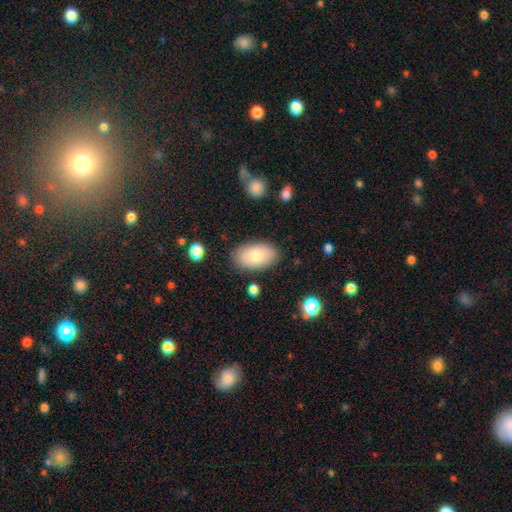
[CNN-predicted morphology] smooth-or-featured: smooth: 79% | featured or disk: 15% | star or artifact: 7%
  how-rounded: in between: 94% | round: 5% | cigar-shaped: 1%
  merging: none: 83% | minor disturbance: 12% | major disturbance: 3% | merger: 2%